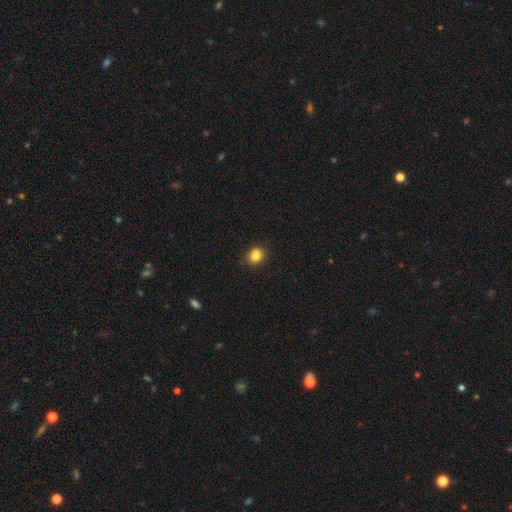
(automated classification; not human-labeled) Morphology: type=smooth (83%); roundness=round (68%); merging=none (81%).